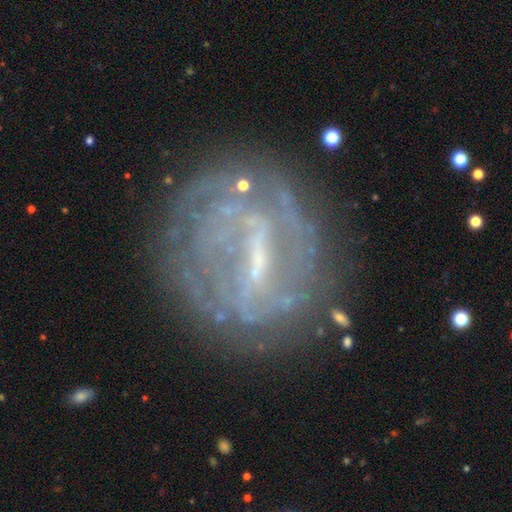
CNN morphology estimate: featured or disk 79%, smooth 12%, star or artifact 9%. Down the decision tree: edge-on disk — no (96%); bar — strong (53%); spiral arms — yes (71%); spiral arm count — can't tell (52%); spiral winding — tight (57%); bulge size — small (50%); merging — none (72%).